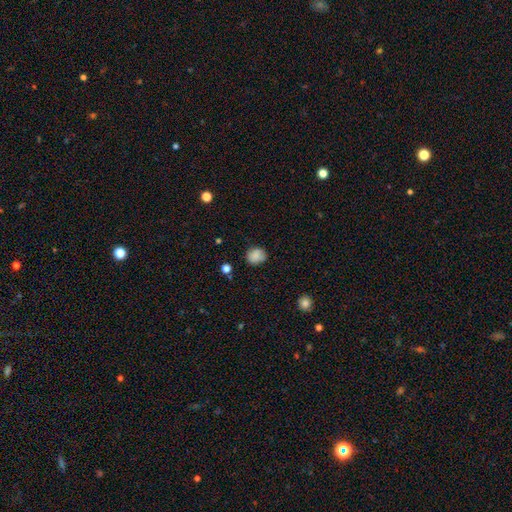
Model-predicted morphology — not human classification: This appears to be a smooth galaxy with no disk features (84%) that is round (59%). Merging: none (75%).